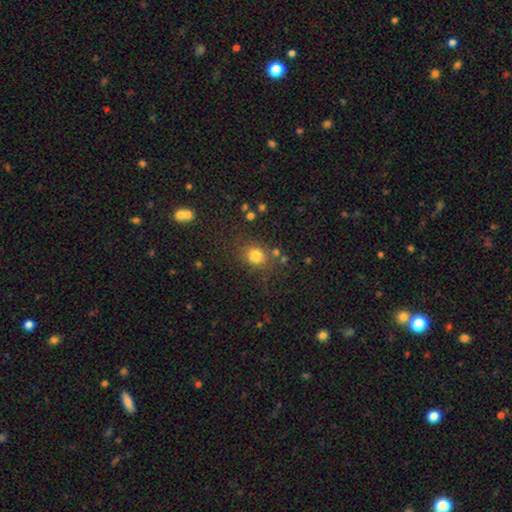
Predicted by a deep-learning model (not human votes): smooth_or_featured: smooth (p=0.80) [alt: star or artifact p=0.14]
how_rounded: round (p=0.76) [alt: in between p=0.23]
merging: none (p=0.76) [alt: minor disturbance p=0.12]